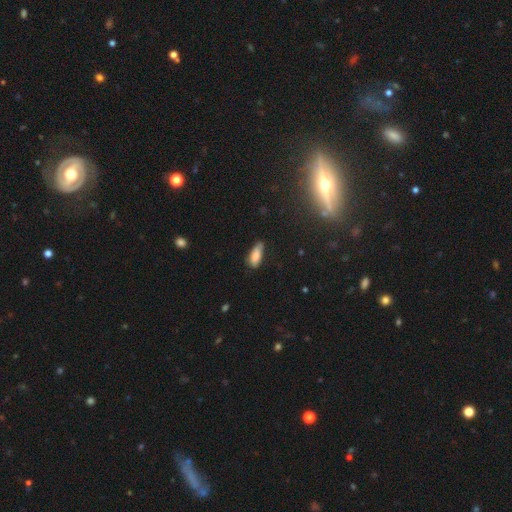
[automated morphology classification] A smooth galaxy with no disk features (82%) that is in between round and cigar-shaped (74%).

Vote fractions:
- Smooth or featured? smooth: 82% / featured or disk: 10% / star or artifact: 8%
- How rounded? in between: 74% / cigar-shaped: 24% / round: 2%
- Merging? none: 60% / minor disturbance: 32% / major disturbance: 6% / merger: 2%